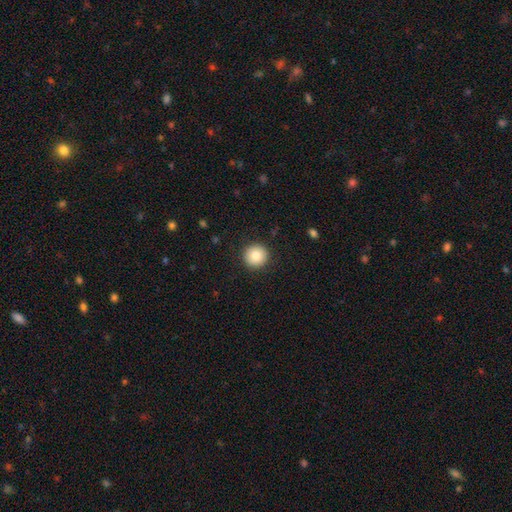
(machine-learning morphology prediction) Overall: smooth (84%). How rounded: round (95%). Merging: none (92%).